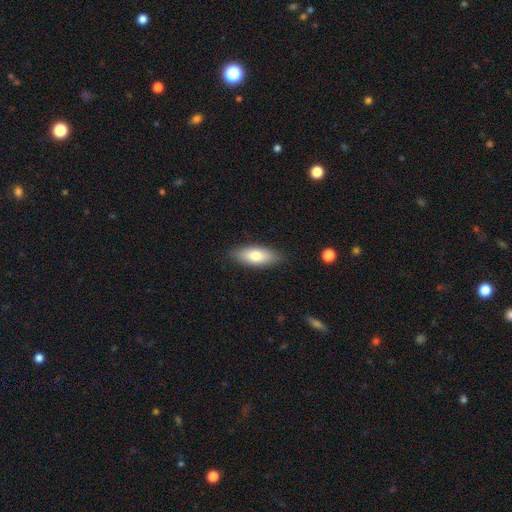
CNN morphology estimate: Smooth or featured? smooth (76%)
How rounded? in between (75%)
Merging? none (86%)